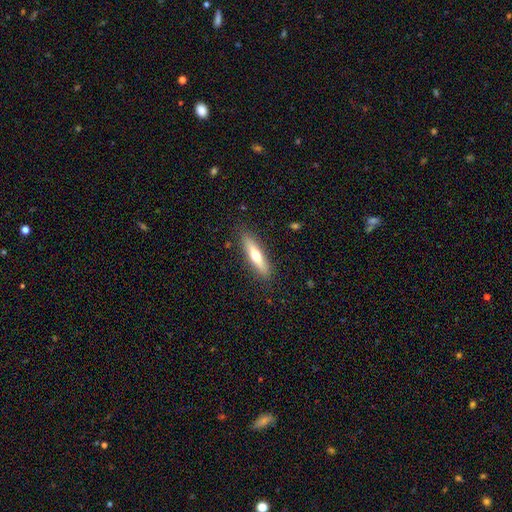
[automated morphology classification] Smooth or featured: smooth — 52% (featured or disk — 42%)
How rounded: cigar-shaped — 79% (in between — 20%)
Merging: none — 88% (minor disturbance — 9%)